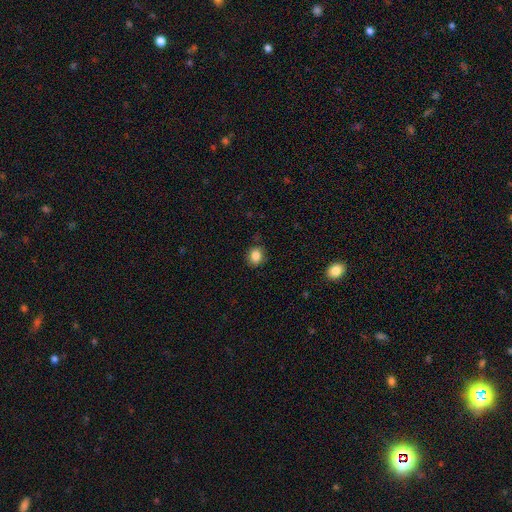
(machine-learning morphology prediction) A smooth galaxy with no disk features (85%) that is round (59%). Merging: none (82%).